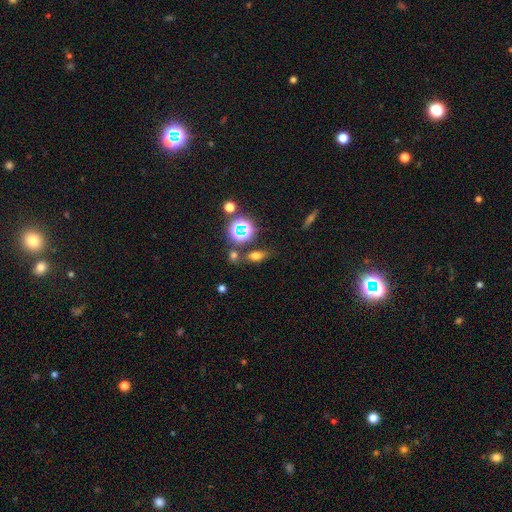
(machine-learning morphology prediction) This is possibly a smooth galaxy (58%). How rounded: likely in between (64%). Merging: likely none (71%).